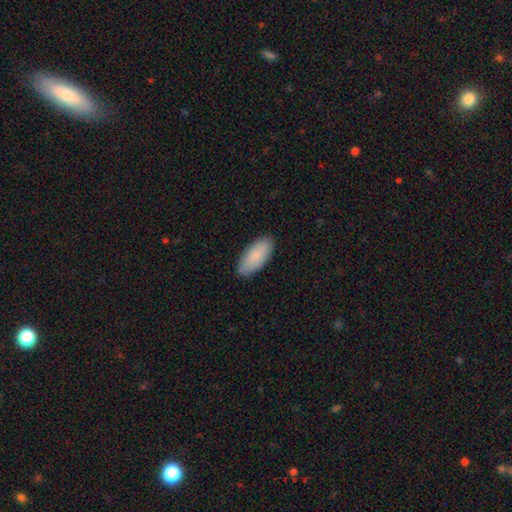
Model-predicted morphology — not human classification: This is clearly a smooth galaxy (87%). How rounded: clearly in between (90%). Merging: clearly none (87%).